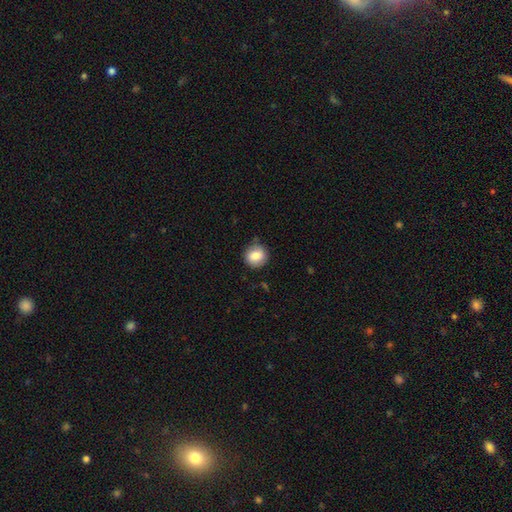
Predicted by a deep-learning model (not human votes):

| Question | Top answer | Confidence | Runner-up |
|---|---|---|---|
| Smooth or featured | smooth | 82% | featured or disk (10%) |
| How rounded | round | 87% | in between (12%) |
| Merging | none | 84% | minor disturbance (12%) |